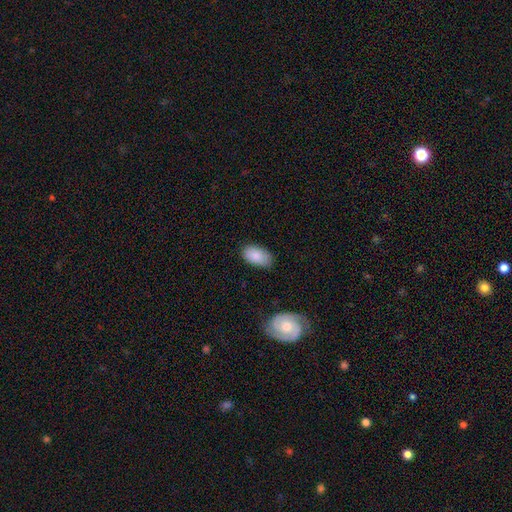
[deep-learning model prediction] The model was most divided on "merging": none: 79%, minor disturbance: 17%, major disturbance: 3%, merger: 2%. More confident: how rounded — in between (94%); smooth or featured — smooth (84%).